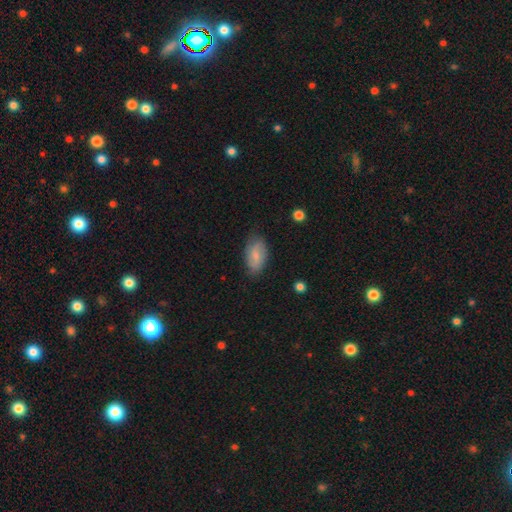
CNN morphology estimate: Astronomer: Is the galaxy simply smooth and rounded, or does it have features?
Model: smooth — 66%.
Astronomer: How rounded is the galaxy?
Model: in between — 93%.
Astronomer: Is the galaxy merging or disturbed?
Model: none — 77%.